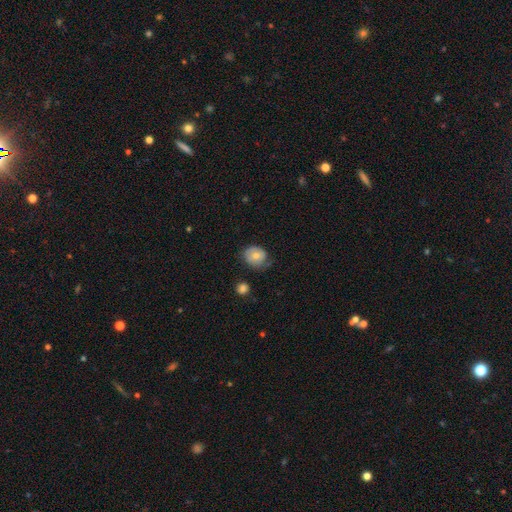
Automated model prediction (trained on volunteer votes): smooth-or-featured: smooth: 65% | featured or disk: 27% | star or artifact: 8%
  how-rounded: round: 71% | in between: 28% | cigar-shaped: 1%
  merging: none: 59% | minor disturbance: 30% | major disturbance: 9% | merger: 2%